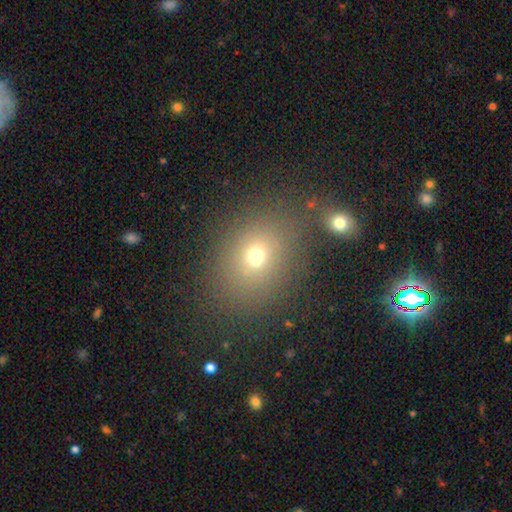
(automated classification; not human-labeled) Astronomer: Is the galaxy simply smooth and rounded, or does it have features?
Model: smooth — 66%.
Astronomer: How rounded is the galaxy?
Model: in between — 55% (runner-up: round, 44%).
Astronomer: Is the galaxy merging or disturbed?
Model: none — 72%.